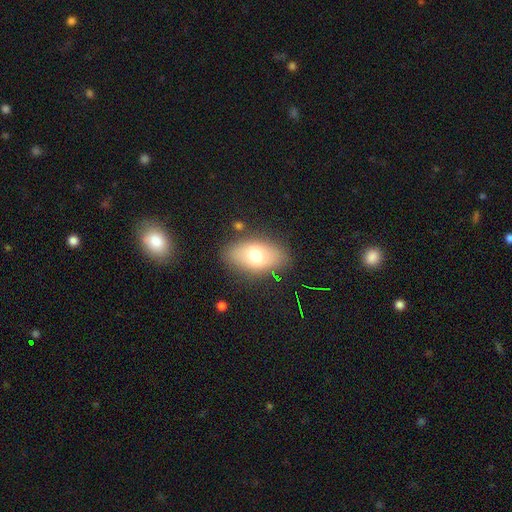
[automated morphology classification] A smooth galaxy with no disk features (69%) that is in between round and cigar-shaped (87%).

Vote fractions:
- Smooth or featured? smooth: 69% / featured or disk: 21% / star or artifact: 9%
- How rounded? in between: 87% / round: 10% / cigar-shaped: 3%
- Merging? none: 82% / minor disturbance: 11% / major disturbance: 4% / merger: 2%